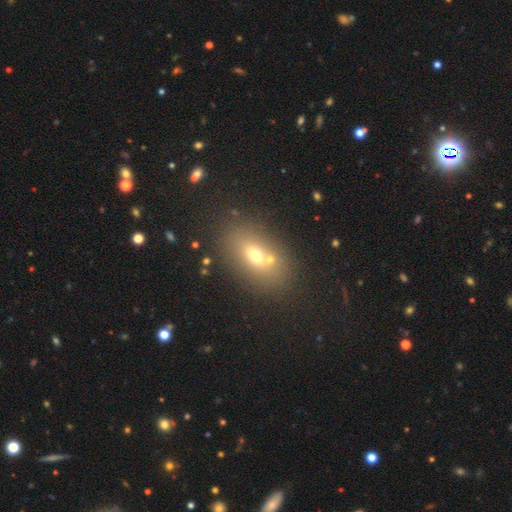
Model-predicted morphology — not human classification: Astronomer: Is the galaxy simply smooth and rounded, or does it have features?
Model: smooth — 61%.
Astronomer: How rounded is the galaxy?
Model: in between — 79%.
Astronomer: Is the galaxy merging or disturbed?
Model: none — 57%.